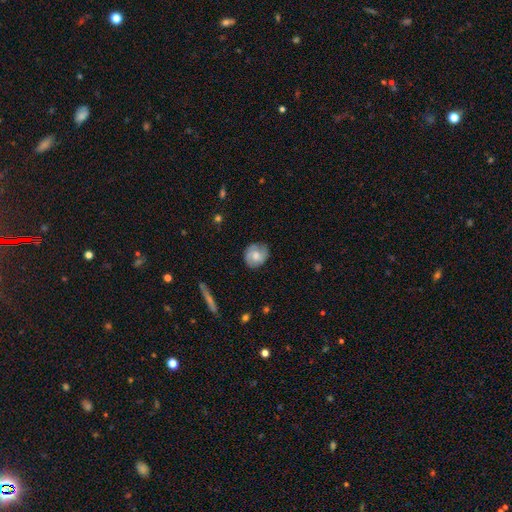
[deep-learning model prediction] Q: Smooth or featured?
A: smooth (65%); runner-up: featured or disk (28%)
Q: How rounded?
A: round (74%); runner-up: in between (25%)
Q: Merging?
A: none (74%); runner-up: minor disturbance (20%)